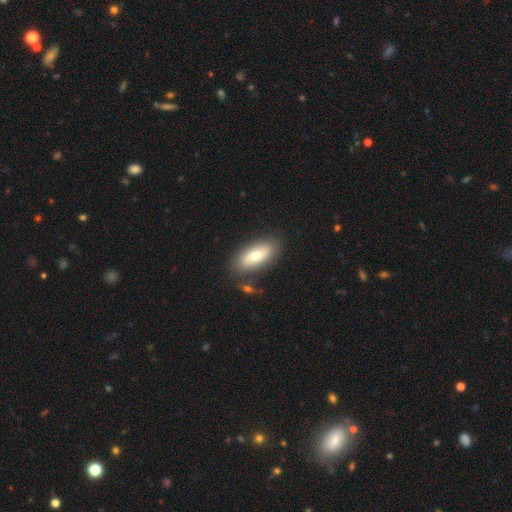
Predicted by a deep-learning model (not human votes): Q: Smooth or featured?
A: smooth (64%); runner-up: featured or disk (29%)
Q: How rounded?
A: in between (86%); runner-up: cigar-shaped (10%)
Q: Merging?
A: none (81%); runner-up: minor disturbance (12%)